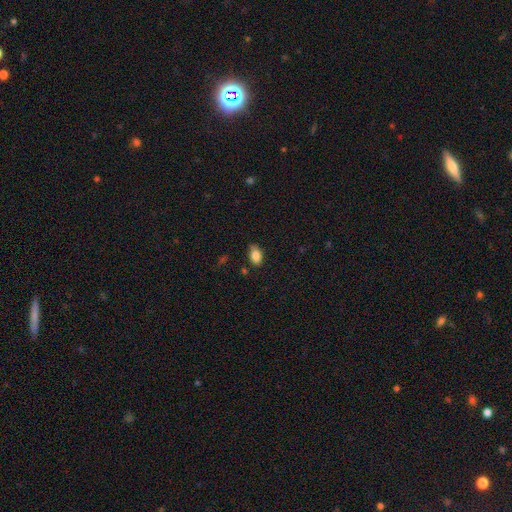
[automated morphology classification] Smooth or featured? Predicted: smooth (p=0.85). How rounded? Predicted: in between (p=0.90). Merging? Predicted: none (p=0.75).